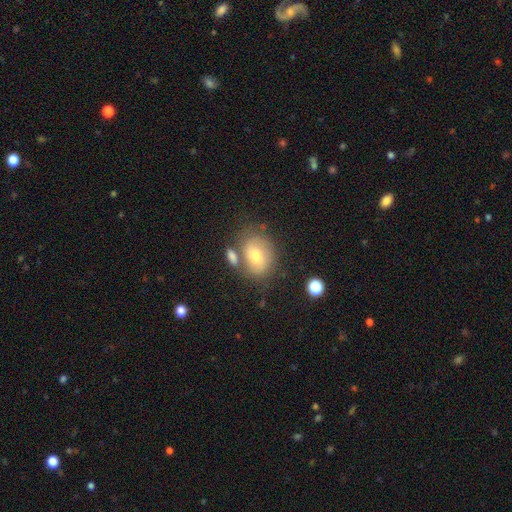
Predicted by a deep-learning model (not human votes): Smooth or featured? Predicted: smooth (p=0.49). Merging? Predicted: none (p=0.66).